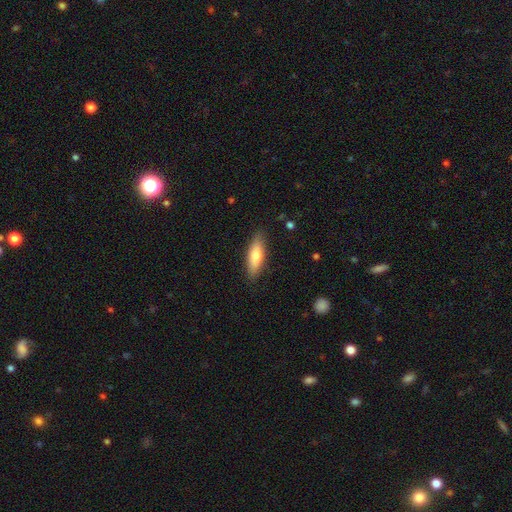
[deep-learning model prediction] Smooth or featured? Predicted: smooth (p=0.74). How rounded? Predicted: in between (p=0.50). Merging? Predicted: none (p=0.86).